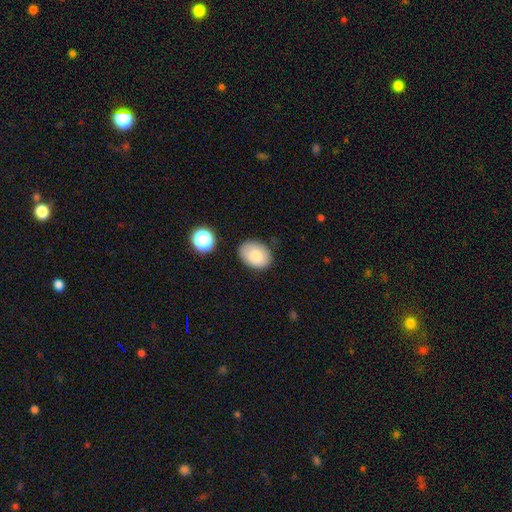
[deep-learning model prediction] A smooth galaxy with no disk features (83%) that is in between round and cigar-shaped (77%).

Vote fractions:
- Smooth or featured? smooth: 83% / featured or disk: 9% / star or artifact: 8%
- How rounded? in between: 77% / round: 22% / cigar-shaped: 1%
- Merging? none: 81% / minor disturbance: 14% / major disturbance: 3% / merger: 2%